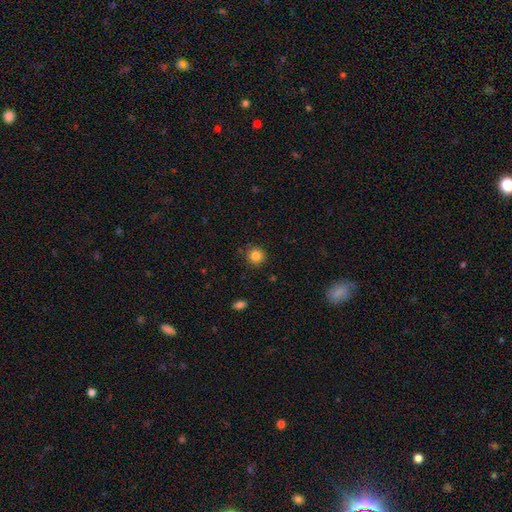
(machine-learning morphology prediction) Smooth or featured? Predicted: smooth (p=0.84). How rounded? Predicted: round (p=0.91). Merging? Predicted: none (p=0.87).